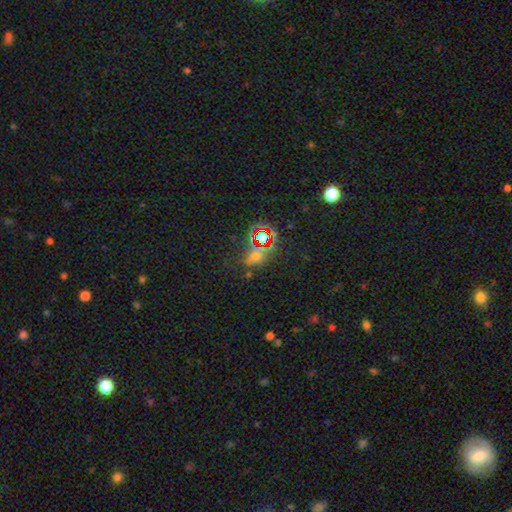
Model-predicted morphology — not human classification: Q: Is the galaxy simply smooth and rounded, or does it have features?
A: star or artifact — 55%.